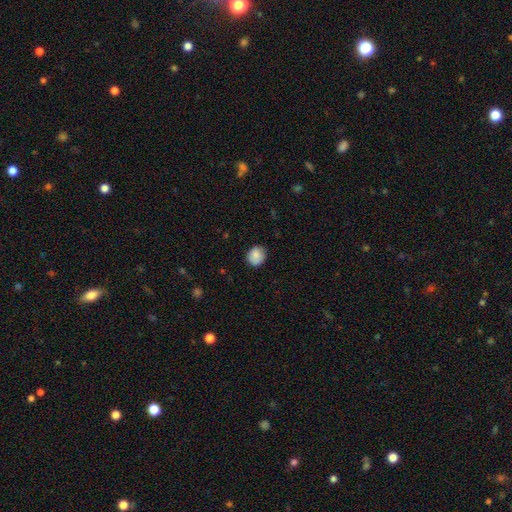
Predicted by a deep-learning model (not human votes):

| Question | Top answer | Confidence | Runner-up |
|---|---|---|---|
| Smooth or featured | smooth | 85% | star or artifact (8%) |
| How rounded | round | 77% | in between (22%) |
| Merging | none | 84% | minor disturbance (13%) |